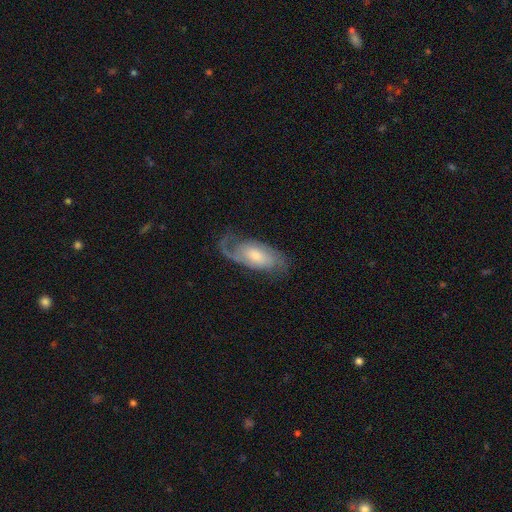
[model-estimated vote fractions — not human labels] A featured or disk galaxy (80%) with no bar (57%), 2 (73%) medium (45%) spiral arms (94%) and a moderate central bulge (49%). Merging: none (67%).